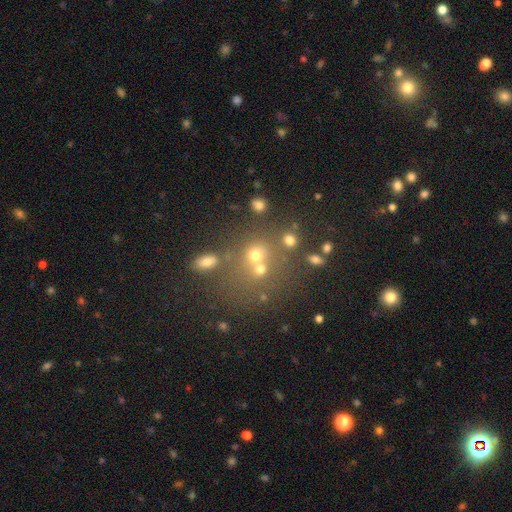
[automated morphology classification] Smooth or featured? smooth (56%)
How rounded? round (73%)
Merging? none (49%)